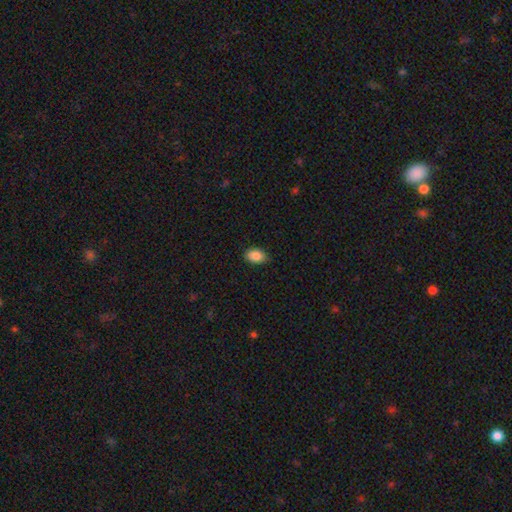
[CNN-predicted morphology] A smooth galaxy with no disk features (88%) that is in between round and cigar-shaped (88%). Merging: none (81%).